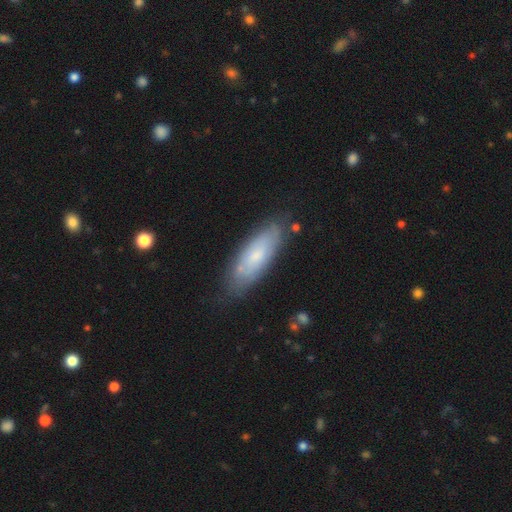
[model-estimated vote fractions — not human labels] Smooth or featured? smooth (57%)
How rounded? in between (63%)
Merging? none (76%)